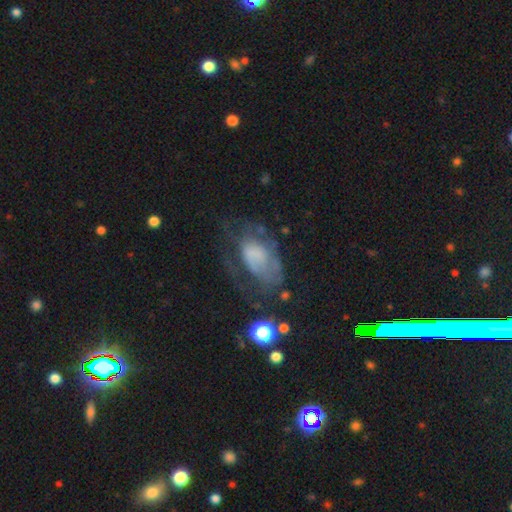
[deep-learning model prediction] A featured or disk galaxy (52%).

Vote fractions:
- Smooth or featured? featured or disk: 52% / smooth: 36% / star or artifact: 12%
- Edge-on disk? no: 96% / yes: 4%
- Merging? major disturbance: 40% / none: 34% / minor disturbance: 23% / merger: 4%